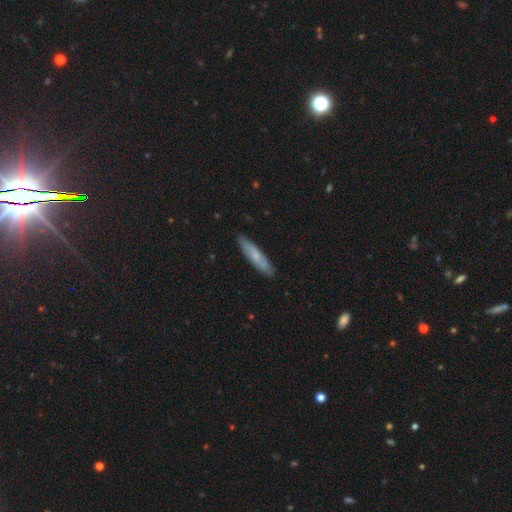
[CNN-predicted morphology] smooth_or_featured: smooth (p=0.59) [alt: featured or disk p=0.35]
how_rounded: cigar-shaped (p=0.81) [alt: in between p=0.17]
merging: none (p=0.86) [alt: minor disturbance p=0.11]